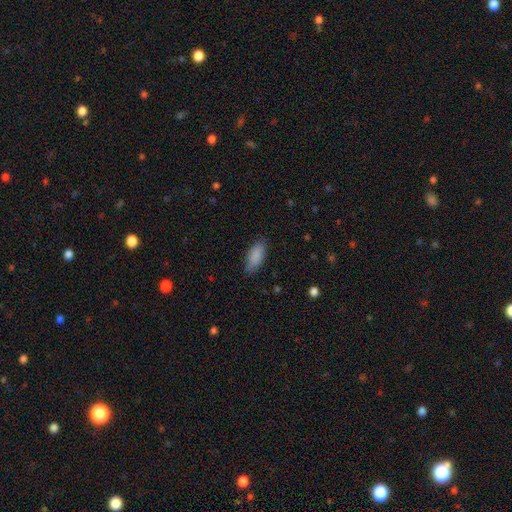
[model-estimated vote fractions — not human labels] Smooth or featured? smooth (88%)
How rounded? in between (82%)
Merging? none (80%)